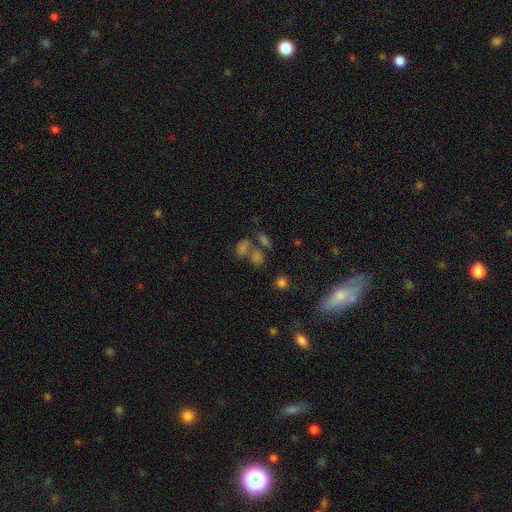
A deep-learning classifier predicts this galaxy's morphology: This appears to be a smooth galaxy with no disk features (52%) that is in between round and cigar-shaped (56%). Merging: none (47%).